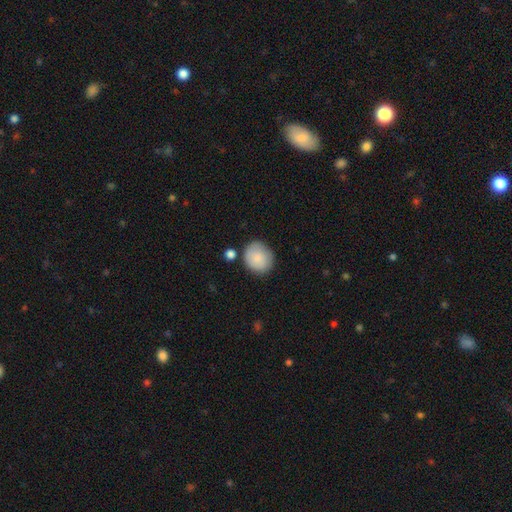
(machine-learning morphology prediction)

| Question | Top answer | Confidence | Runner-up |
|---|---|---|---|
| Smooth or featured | smooth | 83% | featured or disk (11%) |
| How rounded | round | 73% | in between (26%) |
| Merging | none | 72% | minor disturbance (17%) |